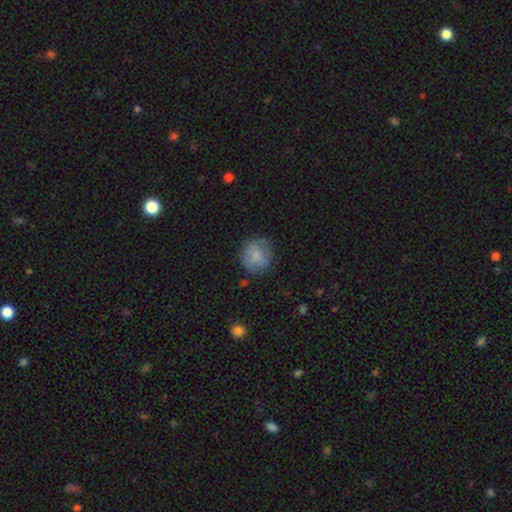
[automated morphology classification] This is likely a smooth galaxy (74%). How rounded: clearly round (85%). Merging: likely none (69%).